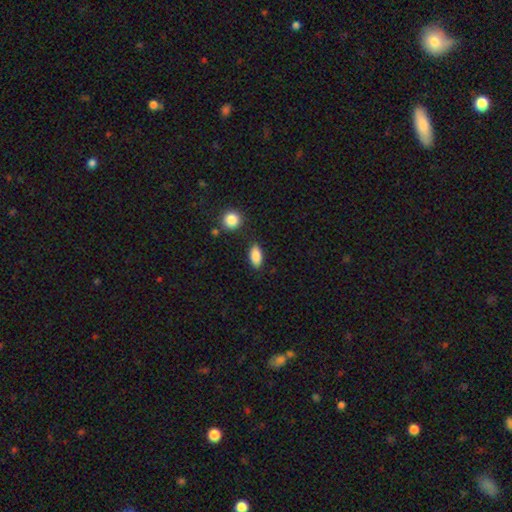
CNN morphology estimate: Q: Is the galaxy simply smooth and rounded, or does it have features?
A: smooth — 88%.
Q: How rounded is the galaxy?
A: in between — 88%.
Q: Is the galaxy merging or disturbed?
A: none — 83%.